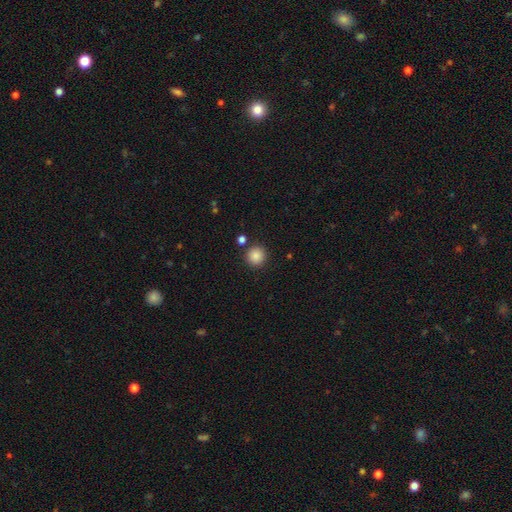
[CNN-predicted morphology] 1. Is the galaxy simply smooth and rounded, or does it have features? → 87% smooth, 10% star or artifact, 4% featured or disk.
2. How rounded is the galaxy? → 93% round, 6% in between, 1% cigar-shaped.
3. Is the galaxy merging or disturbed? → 87% none, 6% minor disturbance, 4% merger, 2% major disturbance.